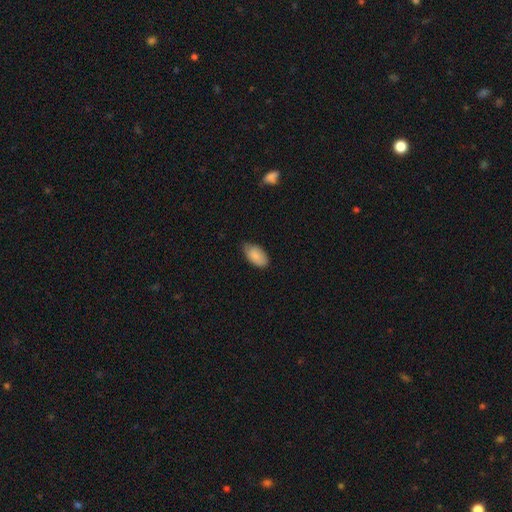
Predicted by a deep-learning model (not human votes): smooth_or_featured: smooth (p=0.87) [alt: featured or disk p=0.07]
how_rounded: in between (p=0.95) [alt: round p=0.03]
merging: none (p=0.68) [alt: minor disturbance p=0.27]